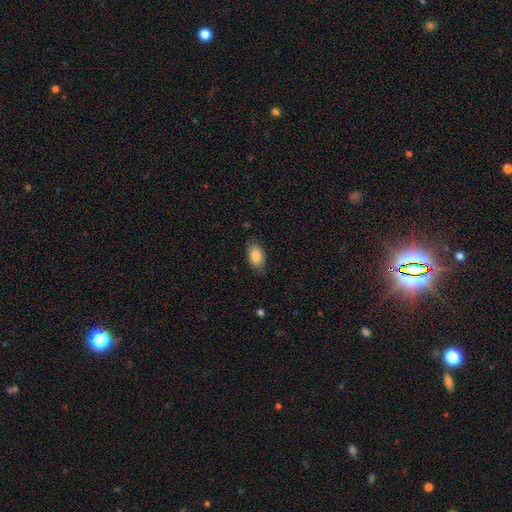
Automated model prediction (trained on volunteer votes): This is clearly a smooth galaxy (84%). How rounded: clearly in between (92%). Merging: likely none (76%).